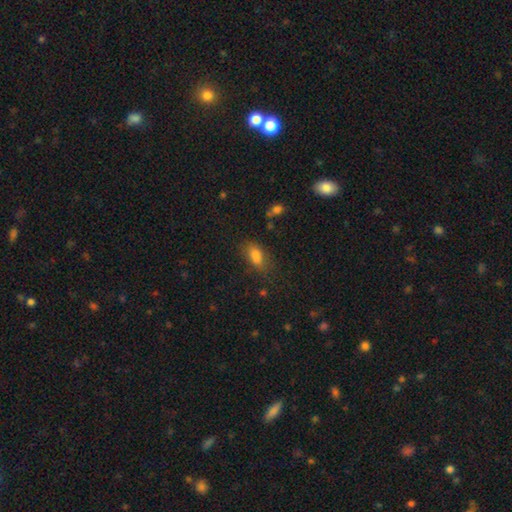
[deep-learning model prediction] smooth_or_featured: smooth (p=0.77) [alt: star or artifact p=0.13]
how_rounded: in between (p=0.82) [alt: cigar-shaped p=0.09]
merging: none (p=0.59) [alt: minor disturbance p=0.21]